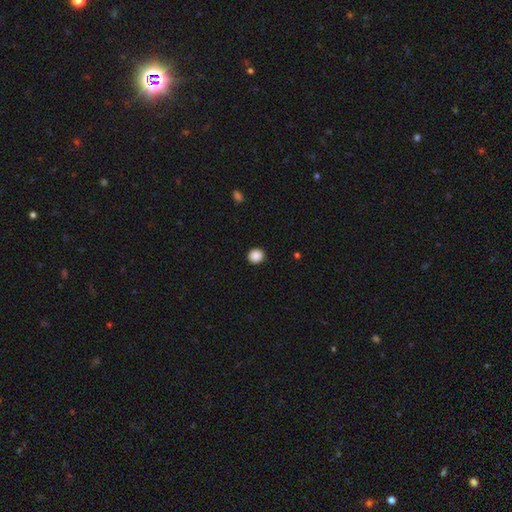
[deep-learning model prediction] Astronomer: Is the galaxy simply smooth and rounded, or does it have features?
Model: smooth — 89%.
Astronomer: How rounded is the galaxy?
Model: round — 90%.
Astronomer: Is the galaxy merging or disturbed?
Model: none — 93%.